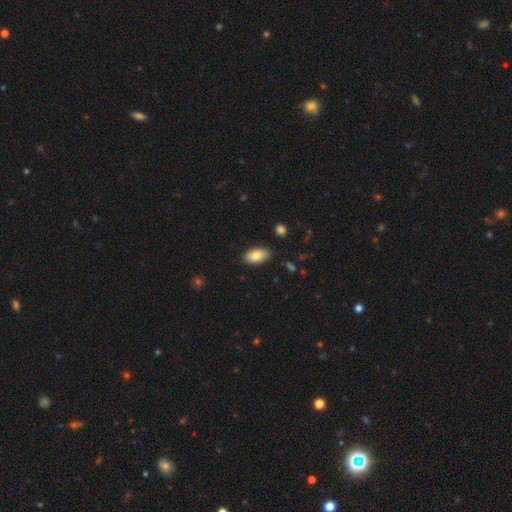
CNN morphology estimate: smooth_or_featured: smooth (p=0.82) [alt: featured or disk p=0.12]
how_rounded: in between (p=0.93) [alt: cigar-shaped p=0.04]
merging: none (p=0.86) [alt: minor disturbance p=0.11]